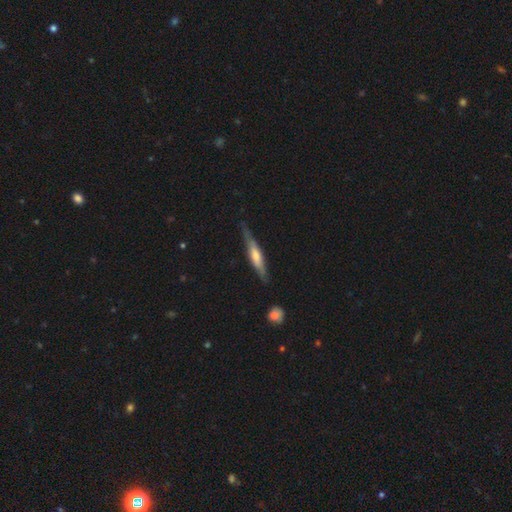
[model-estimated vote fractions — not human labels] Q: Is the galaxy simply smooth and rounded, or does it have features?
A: featured or disk — 63%.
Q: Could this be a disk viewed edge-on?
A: yes — 92%.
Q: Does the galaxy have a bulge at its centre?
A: rounded — 62%.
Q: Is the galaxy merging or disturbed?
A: none — 77%.